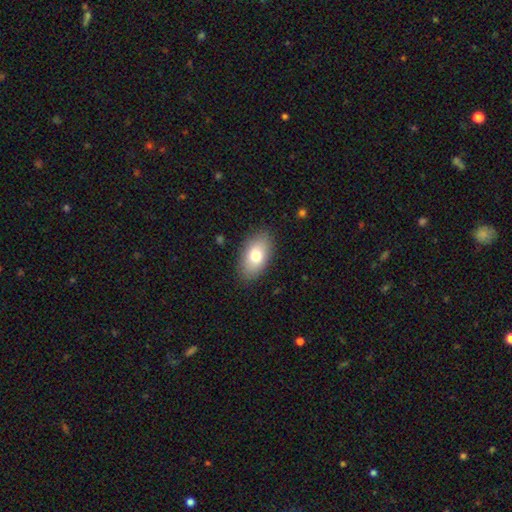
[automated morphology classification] This appears to be a smooth galaxy with no disk features (76%) that is in between round and cigar-shaped (92%). Merging: none (86%).